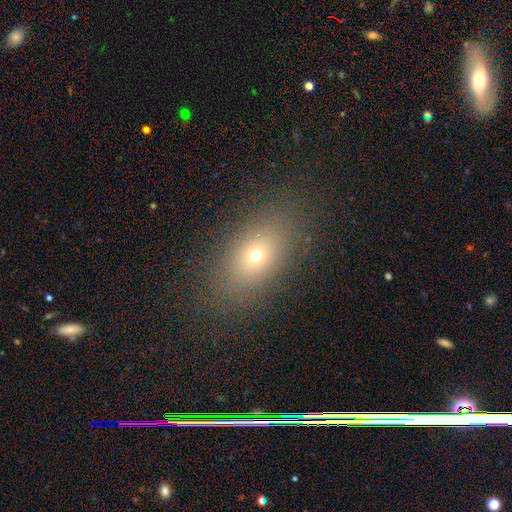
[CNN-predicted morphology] This appears to be a smooth galaxy with no disk features (65%) that is in between round and cigar-shaped (78%). Merging: none (82%).